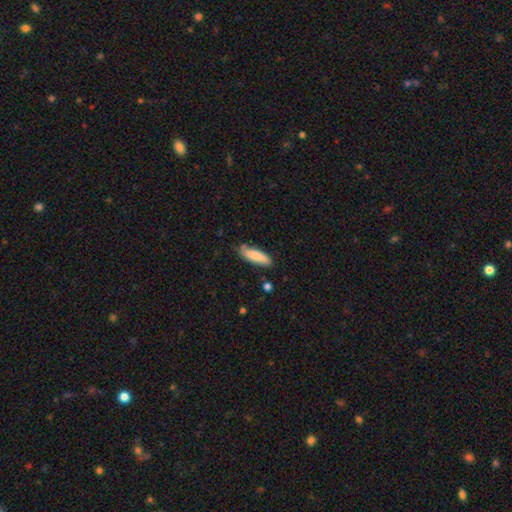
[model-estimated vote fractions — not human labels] The model was most divided on "how rounded": cigar-shaped: 50%, in between: 48%, round: 1%. More confident: smooth or featured — smooth (83%); merging — none (76%).